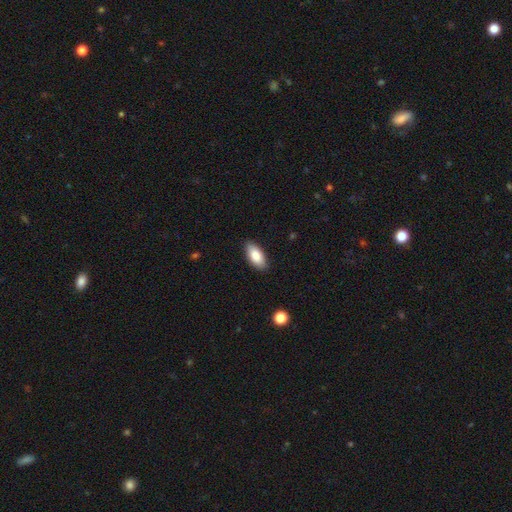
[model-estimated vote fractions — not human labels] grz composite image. It shows a smooth galaxy with no disk features (85%) that is in between round and cigar-shaped (90%). Merging: none (87%).